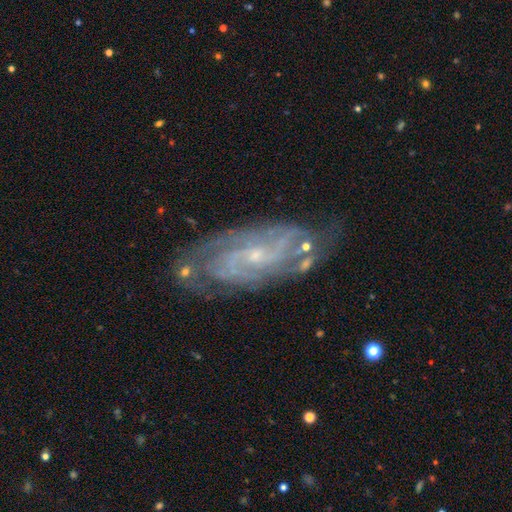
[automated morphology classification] smooth_or_featured: featured or disk (p=0.87) [alt: star or artifact p=0.07]
disk_edge_on: no (p=0.94) [alt: yes p=0.06]
bar: no (p=0.52) [alt: weak p=0.38]
has_spiral_arms: yes (p=0.97) [alt: no p=0.03]
spiral_winding: tight (p=0.55) [alt: medium p=0.37]
spiral_arm_count: 2 (p=0.38) [alt: can't tell p=0.24]
bulge_size: small (p=0.77) [alt: moderate p=0.18]
merging: none (p=0.72) [alt: minor disturbance p=0.18]